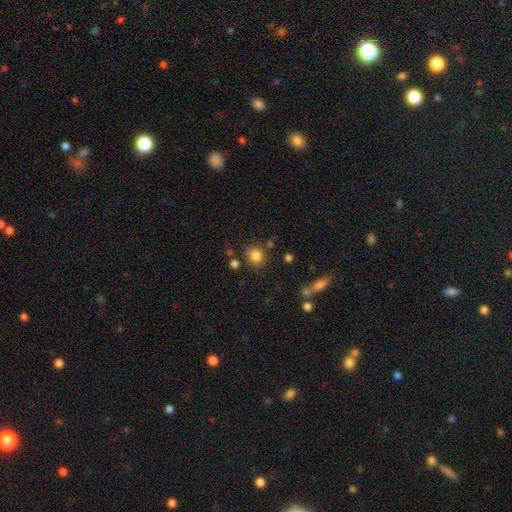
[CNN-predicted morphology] A smooth galaxy with no disk features (82%) that is round (80%).

Vote fractions:
- Smooth or featured? smooth: 82% / star or artifact: 12% / featured or disk: 6%
- How rounded? round: 80% / in between: 19% / cigar-shaped: 1%
- Merging? none: 79% / minor disturbance: 10% / merger: 6% / major disturbance: 4%